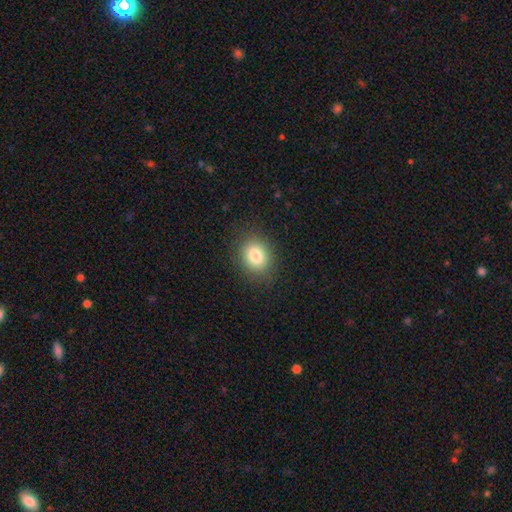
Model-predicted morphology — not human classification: Smooth or featured?
  - smooth: 83% *
  - star or artifact: 10%
  - featured or disk: 7%
How rounded?
  - round: 52% *
  - in between: 47%
  - cigar-shaped: 1%
Merging?
  - none: 87% *
  - minor disturbance: 9%
  - major disturbance: 3%
  - merger: 1%